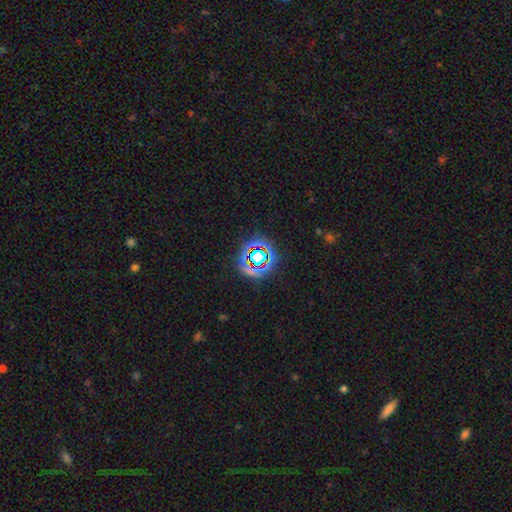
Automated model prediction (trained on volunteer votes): Smooth or featured?
  - star or artifact: 66% *
  - smooth: 23%
  - featured or disk: 12%